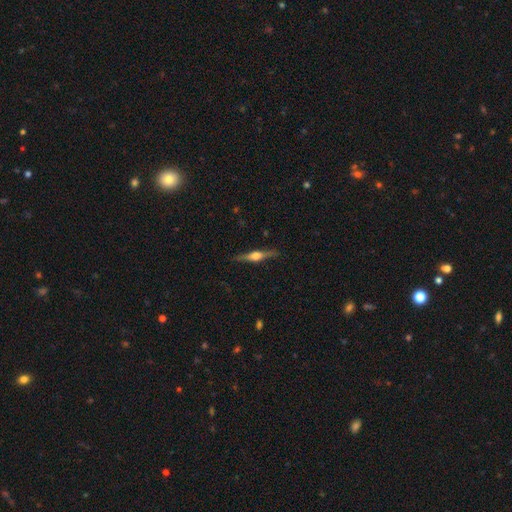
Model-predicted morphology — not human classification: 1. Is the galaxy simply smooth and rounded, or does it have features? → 73% featured or disk, 21% smooth, 6% star or artifact.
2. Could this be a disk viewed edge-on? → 98% yes, 2% no.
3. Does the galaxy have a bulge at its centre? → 89% rounded, 9% boxy, 2% none.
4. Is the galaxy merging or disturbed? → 88% none, 9% minor disturbance, 2% major disturbance, 1% merger.